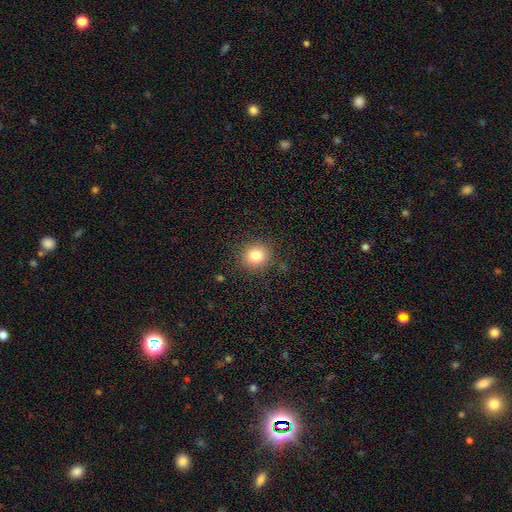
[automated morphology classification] Smooth or featured? smooth (80%)
How rounded? round (89%)
Merging? none (89%)